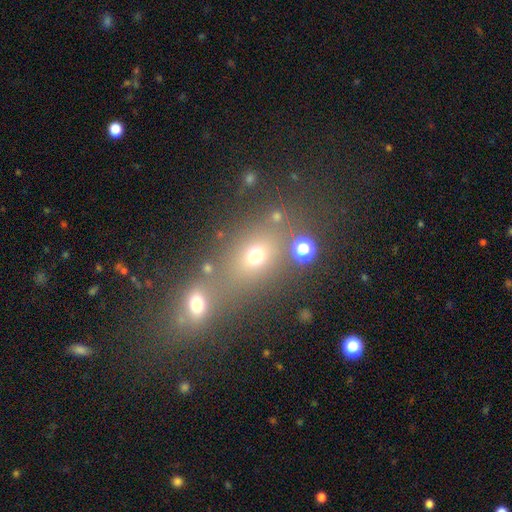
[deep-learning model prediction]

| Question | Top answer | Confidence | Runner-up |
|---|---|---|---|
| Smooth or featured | smooth | 64% | star or artifact (23%) |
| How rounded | round | 51% | in between (45%) |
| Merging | none | 59% | merger (22%) |